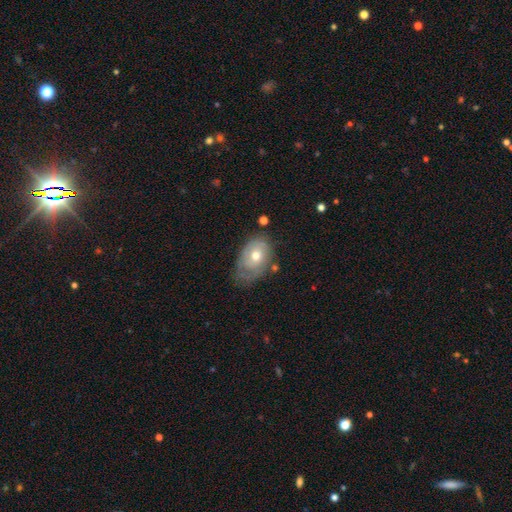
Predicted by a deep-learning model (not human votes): Morphology: type=featured or disk (54%); edge-on=no (94%); bar=no (82%); spiral arms=yes (63%); bulge=moderate (73%); merging=none (48%).